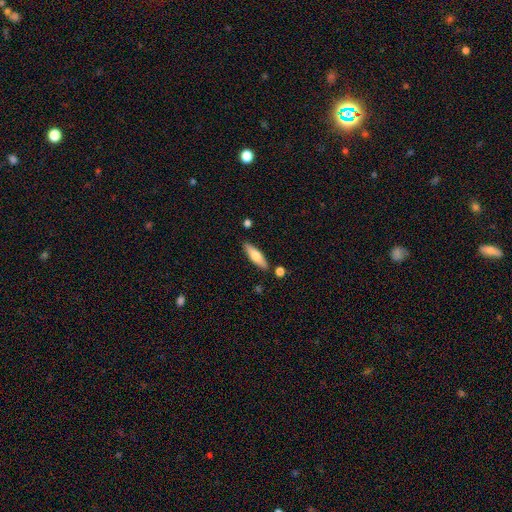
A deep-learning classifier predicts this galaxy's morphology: smooth 61%, featured or disk 34%, star or artifact 6%. Down the decision tree: how rounded — cigar-shaped (59%); merging — none (84%).